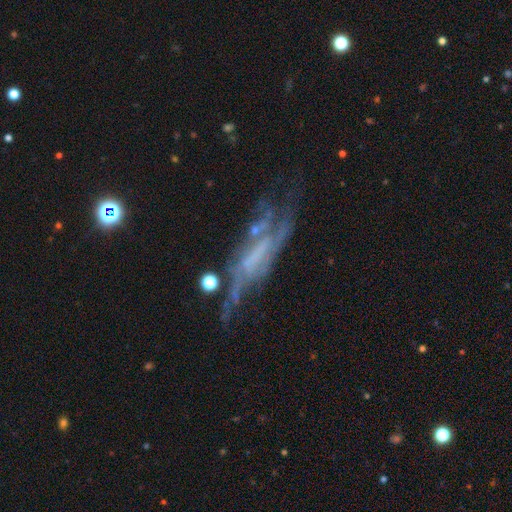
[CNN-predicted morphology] Smooth or featured? Predicted: featured or disk (p=0.73). Edge-on disk? Predicted: no (p=0.74). Bar? Predicted: no (p=0.47). Spiral arms? Predicted: yes (p=0.67). Bulge size? Predicted: none (p=0.65). Merging? Predicted: none (p=0.42).